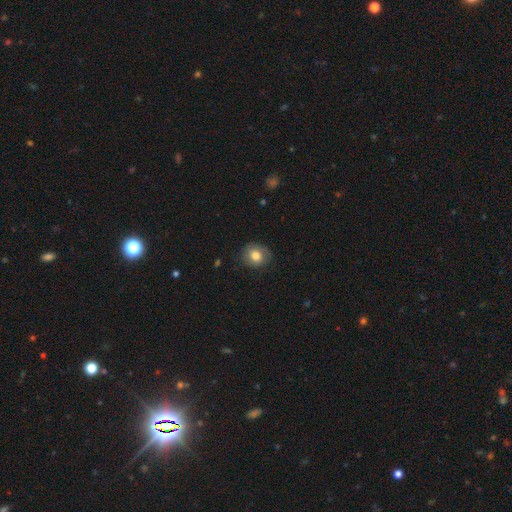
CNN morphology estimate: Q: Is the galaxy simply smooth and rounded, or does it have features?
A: smooth — 75%.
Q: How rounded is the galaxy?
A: round — 74%.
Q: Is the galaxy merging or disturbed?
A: none — 77%.